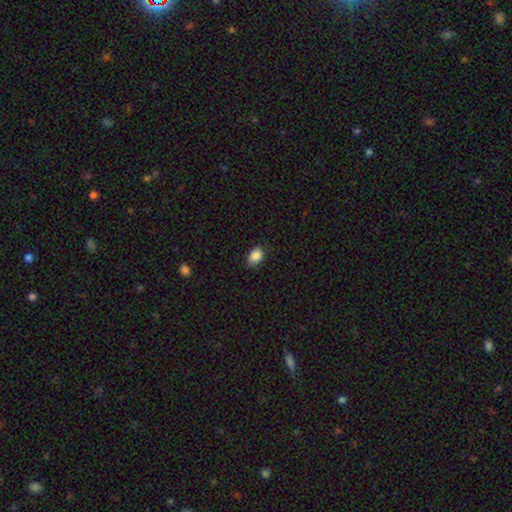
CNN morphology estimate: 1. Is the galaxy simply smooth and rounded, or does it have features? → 88% smooth, 8% star or artifact, 4% featured or disk.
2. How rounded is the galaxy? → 78% in between, 20% round, 1% cigar-shaped.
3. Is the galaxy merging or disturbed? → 83% none, 13% minor disturbance, 2% major disturbance, 1% merger.